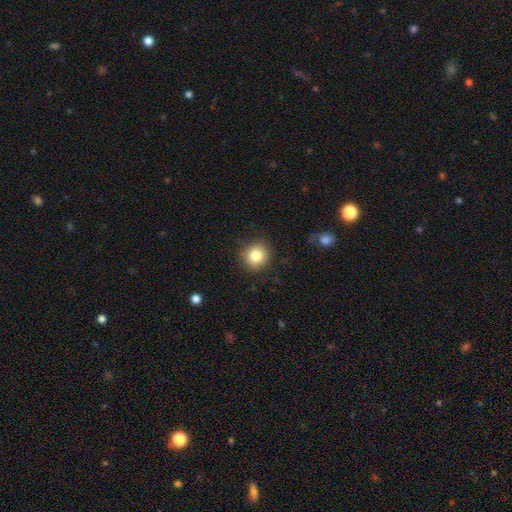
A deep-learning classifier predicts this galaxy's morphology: smooth_or_featured: smooth (p=0.82) [alt: star or artifact p=0.10]
how_rounded: round (p=0.89) [alt: in between p=0.10]
merging: none (p=0.87) [alt: minor disturbance p=0.09]